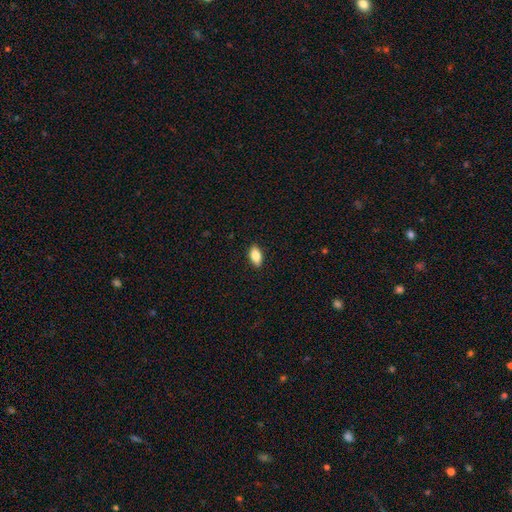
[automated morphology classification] smooth-or-featured: smooth: 85% | featured or disk: 8% | star or artifact: 7%
  how-rounded: in between: 91% | cigar-shaped: 5% | round: 4%
  merging: none: 90% | minor disturbance: 8% | major disturbance: 2% | merger: 1%